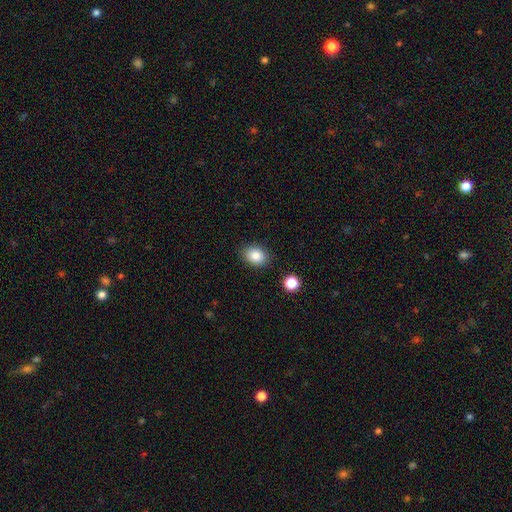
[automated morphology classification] The model was most divided on "how rounded": in between: 65%, round: 34%, cigar-shaped: 1%. More confident: merging — none (86%); smooth or featured — smooth (85%).